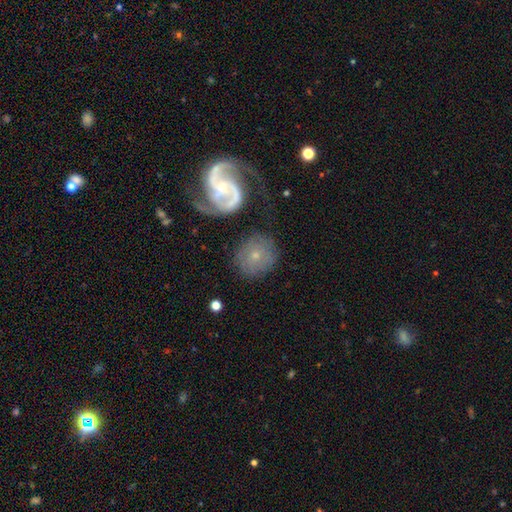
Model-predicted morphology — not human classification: A featured or disk galaxy (54%) with no bar (59%), spiral arms (83%) and a small central bulge (75%).

Vote fractions:
- Smooth or featured? featured or disk: 54% / smooth: 36% / star or artifact: 9%
- Edge-on disk? no: 96% / yes: 4%
- Bar? no: 59% / weak: 29% / strong: 12%
- Spiral arms? yes: 83% / no: 17%
- Bulge size? small: 75% / moderate: 21% / none: 1% / large: 1% / dominant: 1%
- Merging? none: 72% / minor disturbance: 14% / major disturbance: 8% / merger: 6%